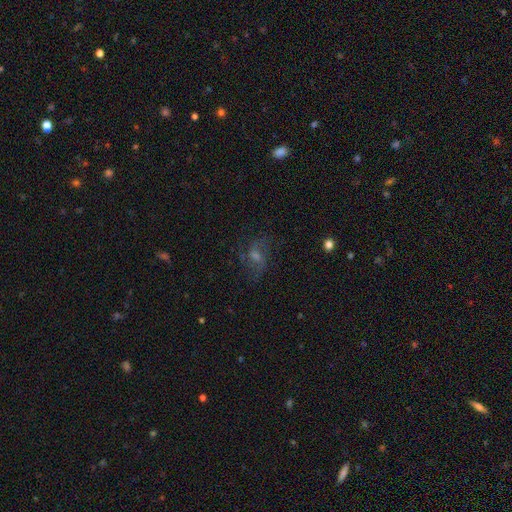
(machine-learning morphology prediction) The model was most divided on "bar": no: 46%, weak: 44%, strong: 10%. Remaining: edge-on disk — no (95%); spiral arms — yes (86%); merging — none (69%); smooth or featured — featured or disk (56%); bulge size — moderate (44%).